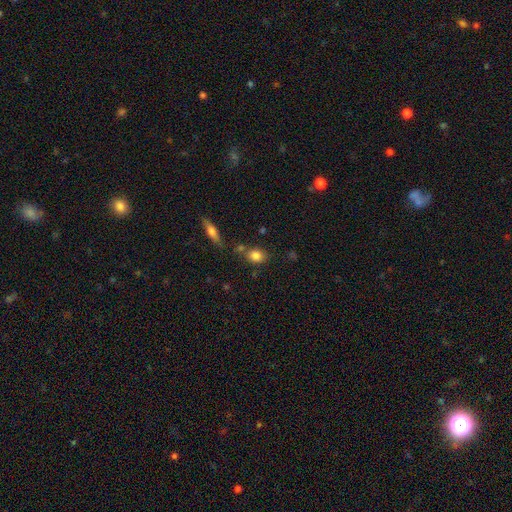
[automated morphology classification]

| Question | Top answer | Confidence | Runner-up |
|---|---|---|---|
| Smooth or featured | smooth | 83% | star or artifact (9%) |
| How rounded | in between | 49% | round (48%) |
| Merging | none | 68% | merger (14%) |